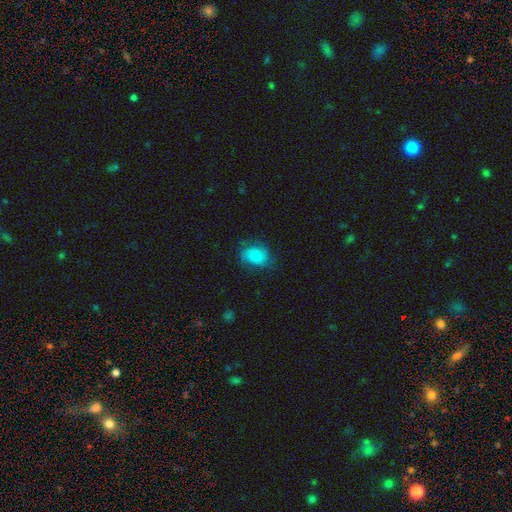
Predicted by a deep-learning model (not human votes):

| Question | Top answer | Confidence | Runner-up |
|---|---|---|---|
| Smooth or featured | smooth | 72% | featured or disk (19%) |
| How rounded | in between | 63% | round (36%) |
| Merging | none | 64% | minor disturbance (24%) |